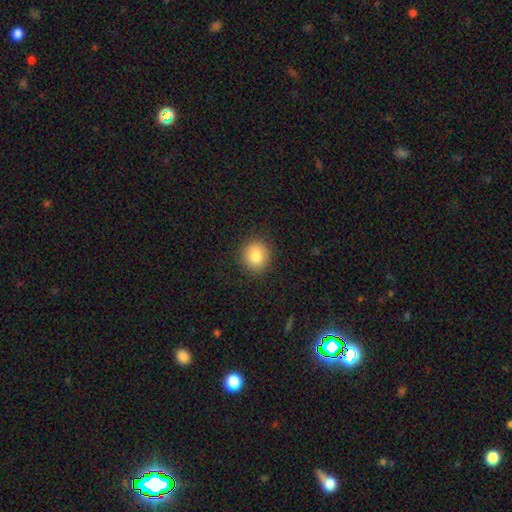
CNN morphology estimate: This is clearly a smooth galaxy (84%). How rounded: clearly round (88%). Merging: clearly none (90%).